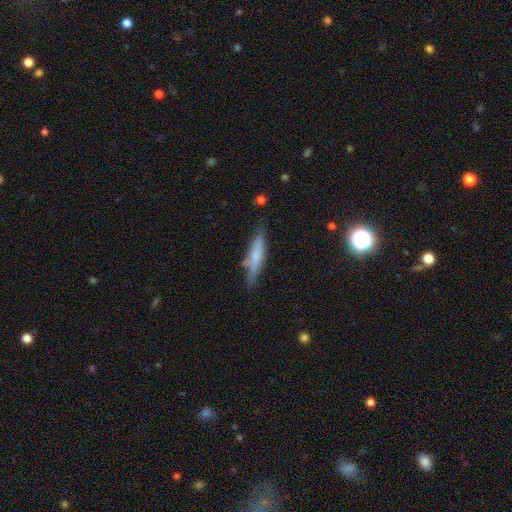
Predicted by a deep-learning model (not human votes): Morphology: type=smooth (55%); roundness=cigar-shaped (83%); merging=none (68%).